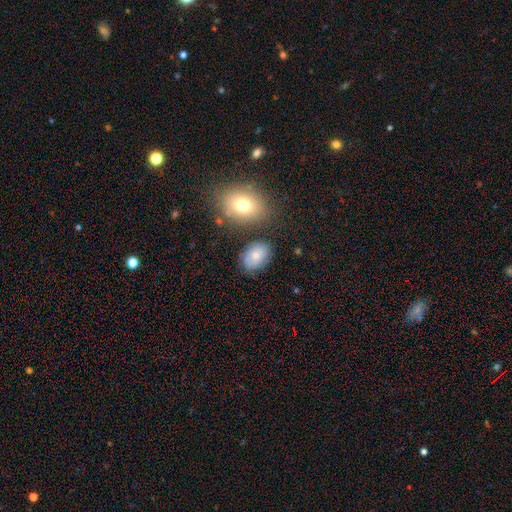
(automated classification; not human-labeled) Smooth or featured? smooth (76%)
How rounded? in between (78%)
Merging? none (72%)